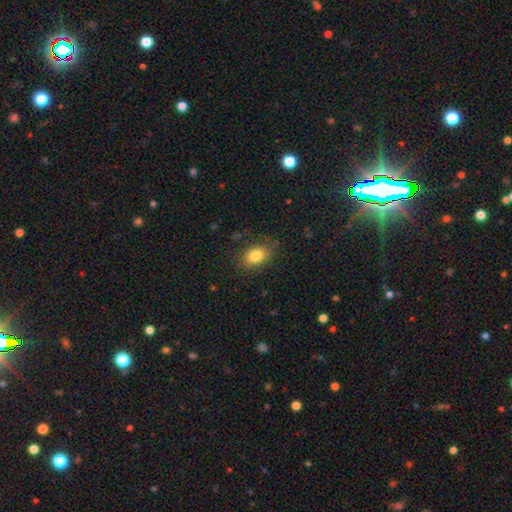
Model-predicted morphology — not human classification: Smooth or featured? smooth (82%)
How rounded? in between (73%)
Merging? none (76%)